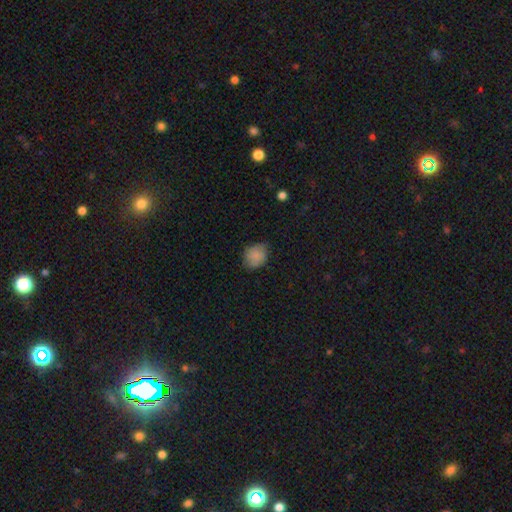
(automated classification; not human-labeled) smooth 83%, star or artifact 9%, featured or disk 8%. Down the decision tree: how rounded — round (54%); merging — none (71%).